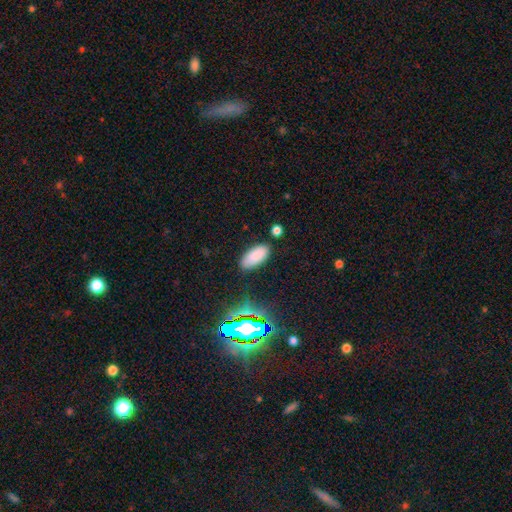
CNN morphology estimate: smooth_or_featured: smooth (p=0.83) [alt: star or artifact p=0.11]
how_rounded: in between (p=0.89) [alt: cigar-shaped p=0.09]
merging: none (p=0.83) [alt: minor disturbance p=0.11]